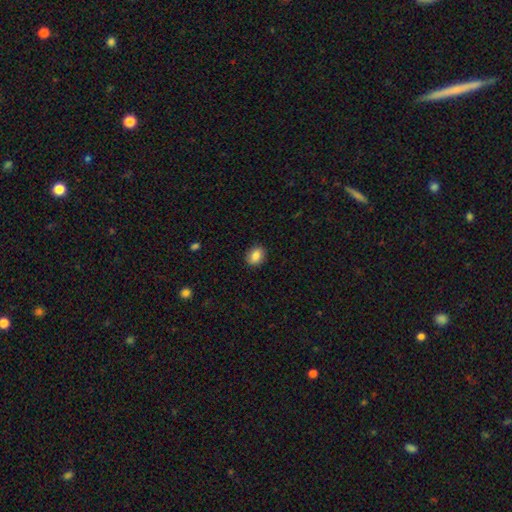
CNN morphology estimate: smooth 85%, star or artifact 8%, featured or disk 6%. Down the decision tree: how rounded — in between (59%); merging — none (88%).